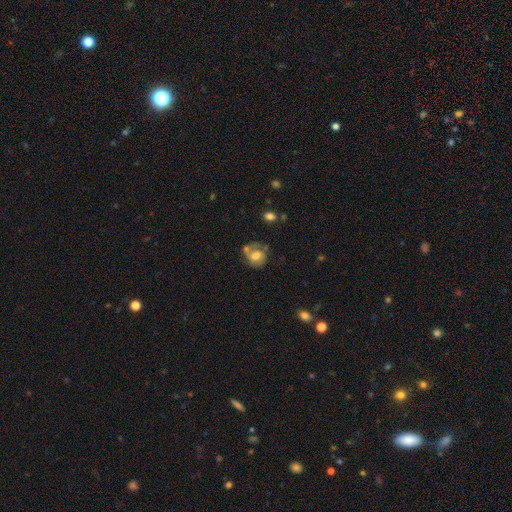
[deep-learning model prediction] featured or disk 48%, smooth 43%, star or artifact 9%. Down the decision tree: merging — none (47%).